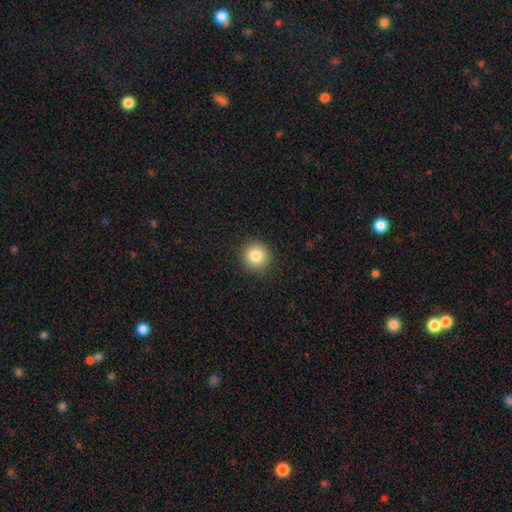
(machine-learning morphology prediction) This is clearly a smooth galaxy (84%). How rounded: clearly round (93%). Merging: clearly none (91%).